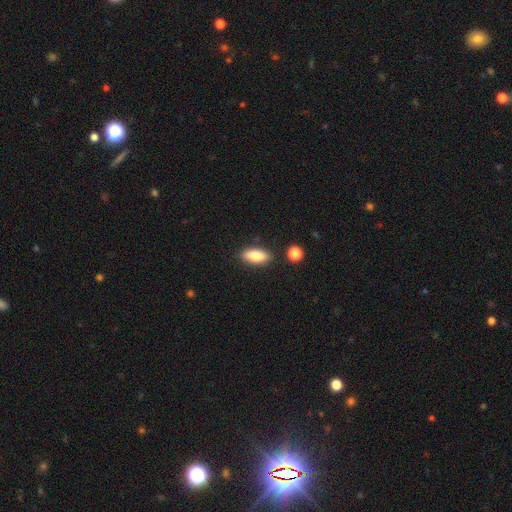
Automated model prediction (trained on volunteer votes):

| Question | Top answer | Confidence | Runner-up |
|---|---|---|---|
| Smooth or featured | smooth | 80% | featured or disk (13%) |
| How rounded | in between | 77% | cigar-shaped (20%) |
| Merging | none | 84% | minor disturbance (10%) |